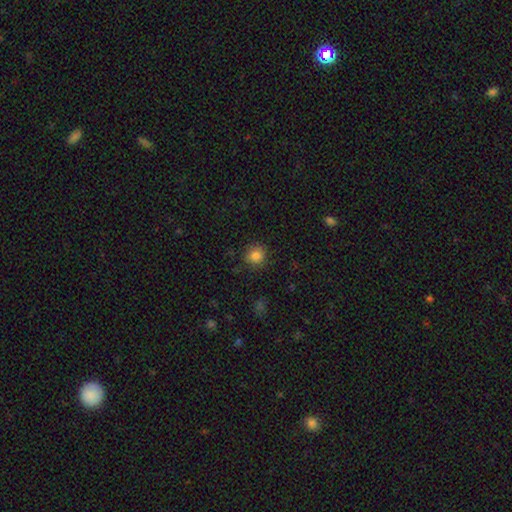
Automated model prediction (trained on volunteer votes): A smooth galaxy with no disk features (84%) that is round (88%). Merging: none (87%).